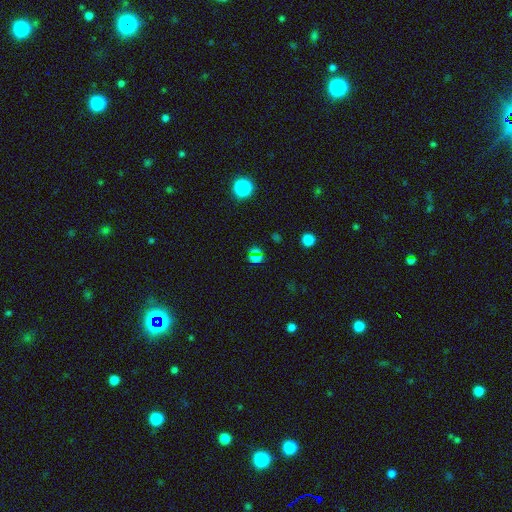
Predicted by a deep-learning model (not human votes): smooth_or_featured: star or artifact (p=0.47) [alt: smooth p=0.45]